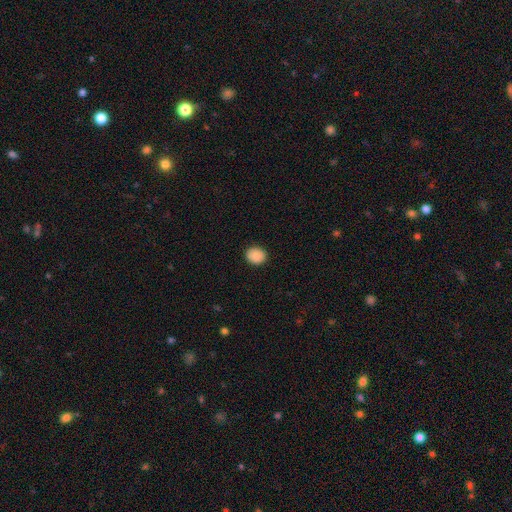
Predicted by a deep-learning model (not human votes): The model was most divided on "how rounded": round: 67%, in between: 32%, cigar-shaped: 1%. More confident: merging — none (90%); smooth or featured — smooth (88%).